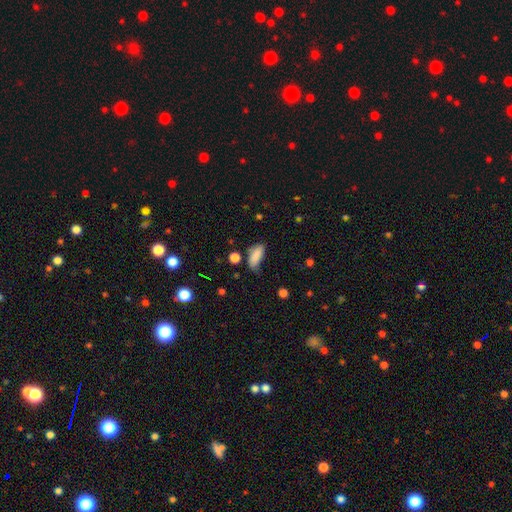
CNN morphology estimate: smooth-or-featured: smooth: 84% | star or artifact: 9% | featured or disk: 6%
  how-rounded: in between: 84% | cigar-shaped: 13% | round: 3%
  merging: none: 50% | minor disturbance: 34% | major disturbance: 10% | merger: 5%